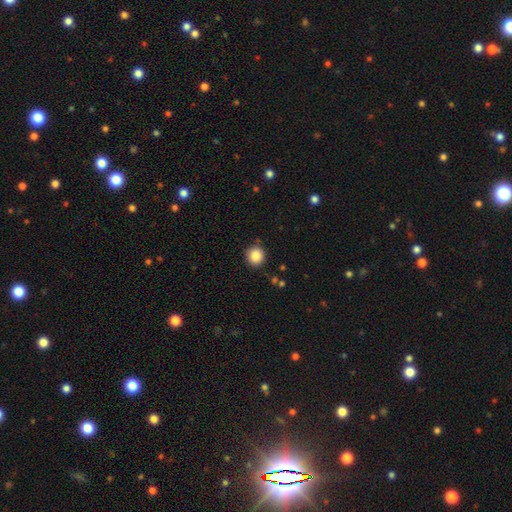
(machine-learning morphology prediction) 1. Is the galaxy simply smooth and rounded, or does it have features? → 87% smooth, 9% star or artifact, 4% featured or disk.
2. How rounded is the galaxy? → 93% round, 6% in between, 1% cigar-shaped.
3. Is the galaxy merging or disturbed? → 89% none, 7% minor disturbance, 2% major disturbance, 2% merger.